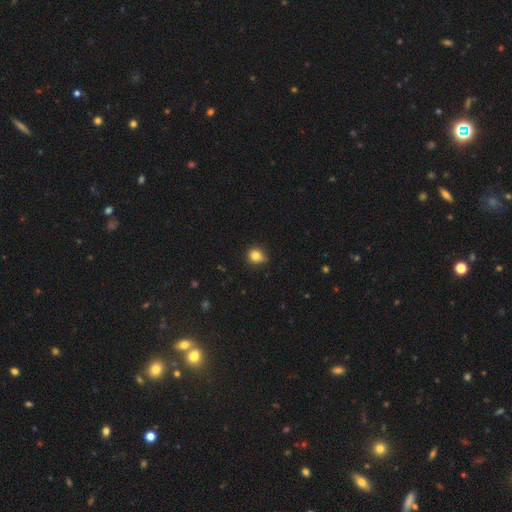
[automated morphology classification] Smooth or featured: smooth — 82% (star or artifact — 11%)
How rounded: round — 77% (in between — 22%)
Merging: none — 78% (minor disturbance — 18%)